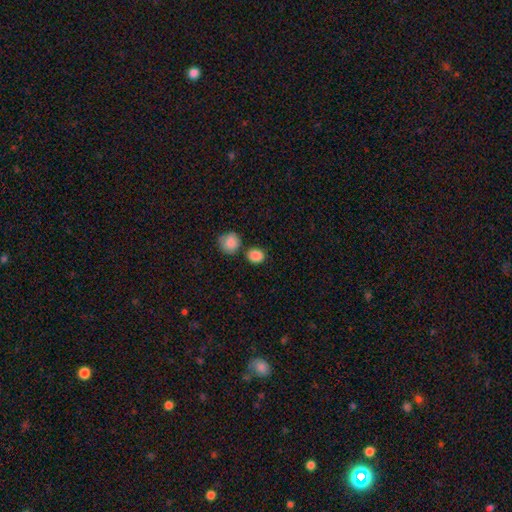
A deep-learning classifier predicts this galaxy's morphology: Smooth or featured? Predicted: smooth (p=0.87). How rounded? Predicted: round (p=0.67). Merging? Predicted: none (p=0.71).